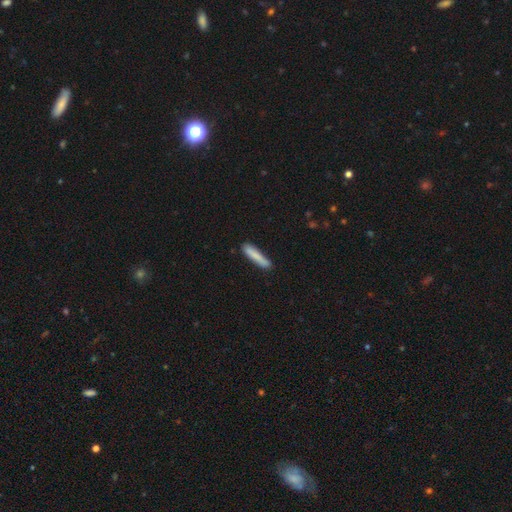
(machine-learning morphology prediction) This is clearly a smooth galaxy (82%). How rounded: clearly cigar-shaped (91%). Merging: clearly none (83%).